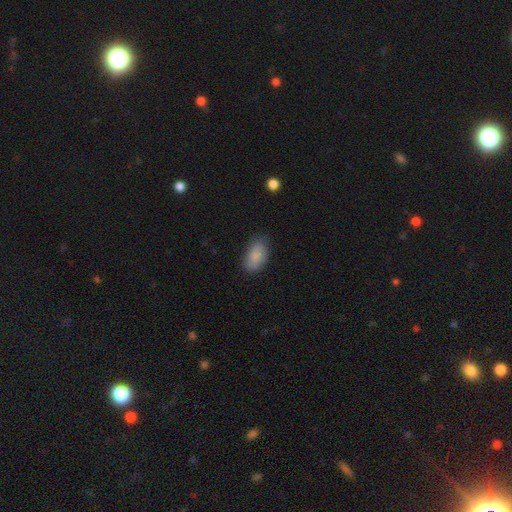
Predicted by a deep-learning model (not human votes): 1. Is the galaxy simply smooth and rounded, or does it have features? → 86% smooth, 8% featured or disk, 7% star or artifact.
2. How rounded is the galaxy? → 93% in between, 5% round, 3% cigar-shaped.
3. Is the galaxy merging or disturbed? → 76% none, 19% minor disturbance, 4% major disturbance, 1% merger.